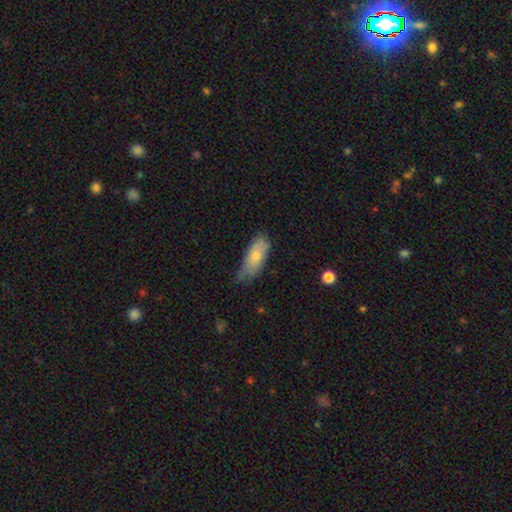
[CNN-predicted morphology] smooth_or_featured: smooth (p=0.73) [alt: featured or disk p=0.21]
how_rounded: in between (p=0.79) [alt: cigar-shaped p=0.19]
merging: none (p=0.49) [alt: minor disturbance p=0.40]